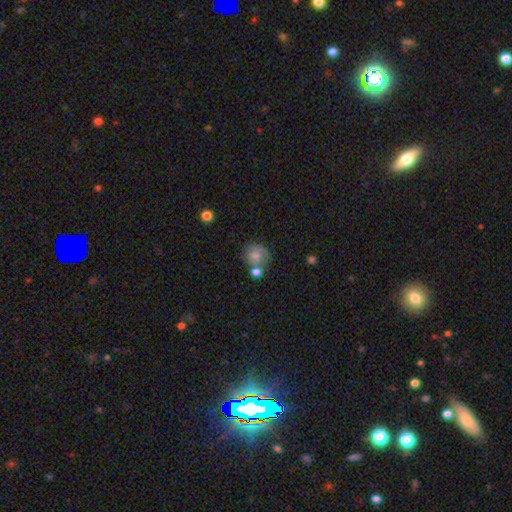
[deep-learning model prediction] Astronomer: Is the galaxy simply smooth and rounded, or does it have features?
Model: smooth — 67%.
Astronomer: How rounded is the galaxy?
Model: round — 81%.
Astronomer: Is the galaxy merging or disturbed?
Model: none — 47% (runner-up: merger, 24%).